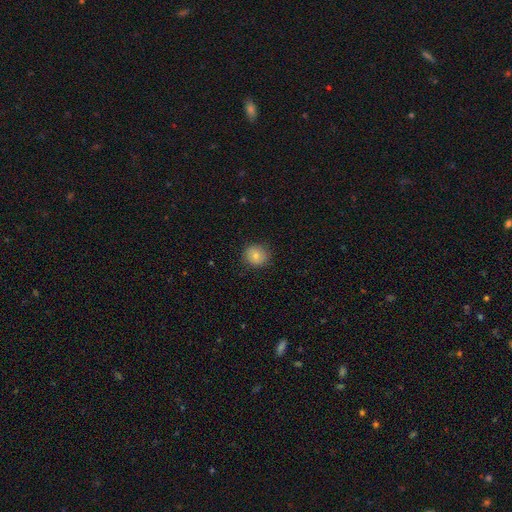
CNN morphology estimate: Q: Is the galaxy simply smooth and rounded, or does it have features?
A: smooth — 78%.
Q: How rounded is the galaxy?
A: round — 85%.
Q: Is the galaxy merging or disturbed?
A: none — 85%.